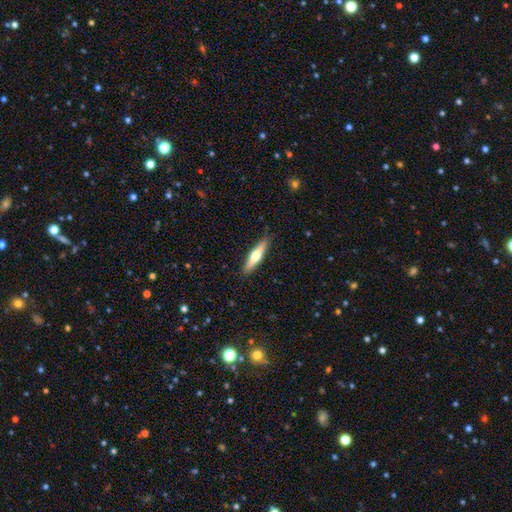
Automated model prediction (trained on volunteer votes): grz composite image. It shows a smooth galaxy with no disk features (52%) that is cigar-shaped (79%). Merging: none (89%).